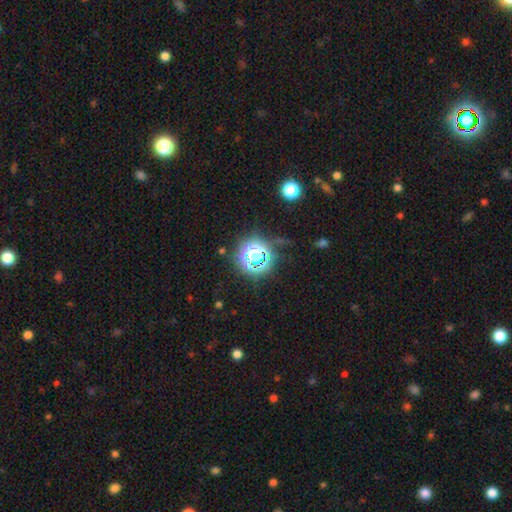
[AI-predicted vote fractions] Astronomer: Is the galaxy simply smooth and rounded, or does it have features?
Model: star or artifact — 67%.